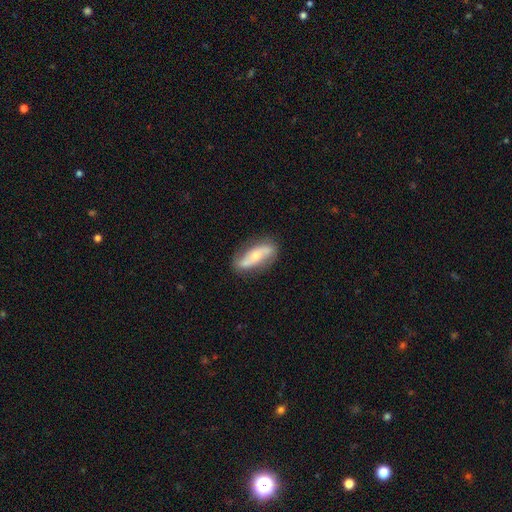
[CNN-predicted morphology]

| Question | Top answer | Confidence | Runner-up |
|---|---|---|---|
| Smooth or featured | featured or disk | 61% | smooth (33%) |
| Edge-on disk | no | 75% | yes (25%) |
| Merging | none | 78% | minor disturbance (16%) |